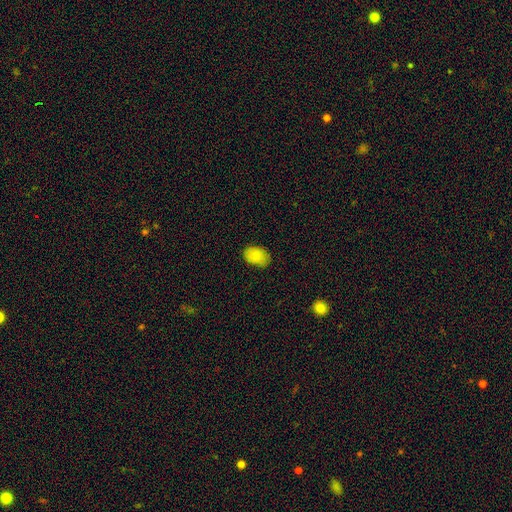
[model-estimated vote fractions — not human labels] This is clearly a smooth galaxy (84%). How rounded: clearly in between (80%). Merging: likely none (79%).